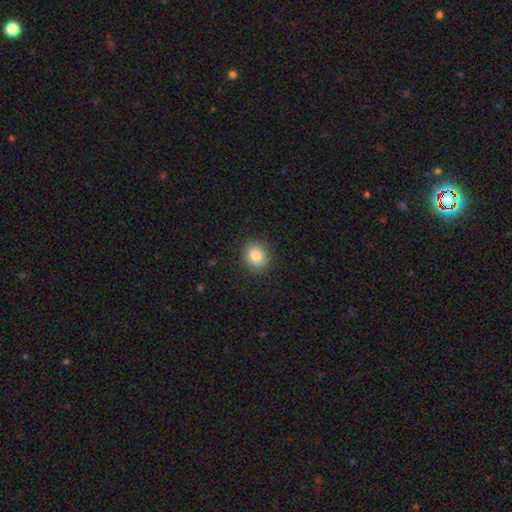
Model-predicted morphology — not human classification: smooth-or-featured: smooth: 84% | star or artifact: 10% | featured or disk: 6%
  how-rounded: round: 75% | in between: 24% | cigar-shaped: 1%
  merging: none: 90% | minor disturbance: 7% | major disturbance: 2% | merger: 1%